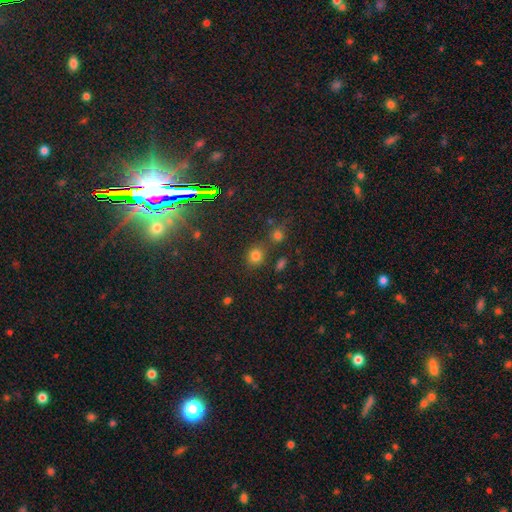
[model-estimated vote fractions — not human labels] A smooth galaxy with no disk features (75%) that is round (76%). Merging: none (71%).